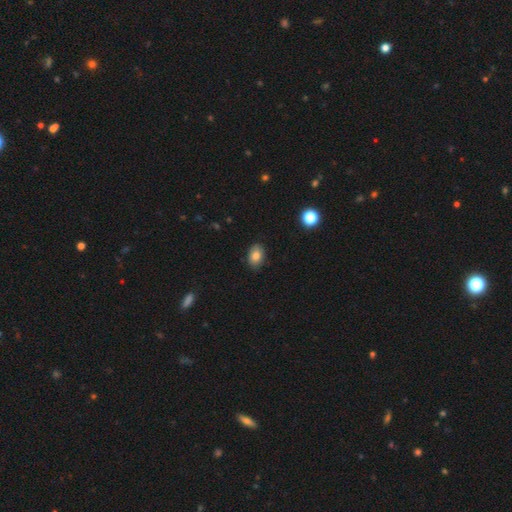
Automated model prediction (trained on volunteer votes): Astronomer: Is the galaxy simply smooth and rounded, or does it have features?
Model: smooth — 82%.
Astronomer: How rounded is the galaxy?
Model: in between — 80%.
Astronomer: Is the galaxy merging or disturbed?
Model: none — 86%.